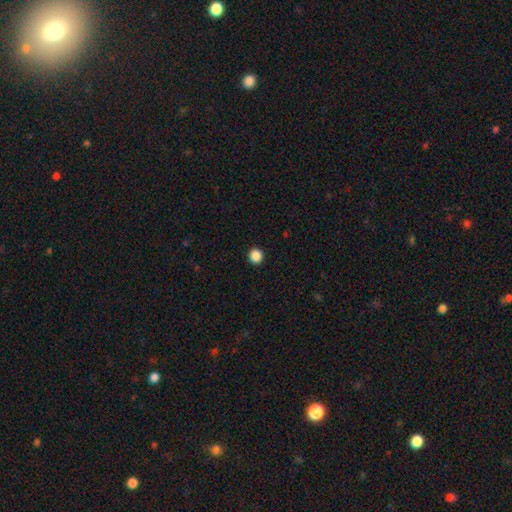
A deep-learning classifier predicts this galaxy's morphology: type=smooth (87%); roundness=round (94%); merging=none (93%).